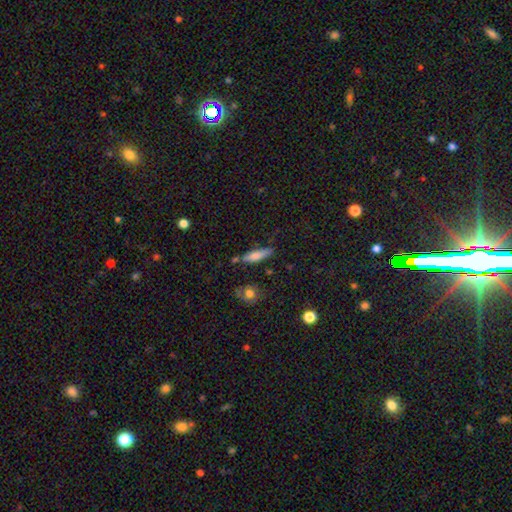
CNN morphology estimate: Overall: smooth (75%). How rounded: cigar-shaped (64%; in between 33%). Merging: none (71%).